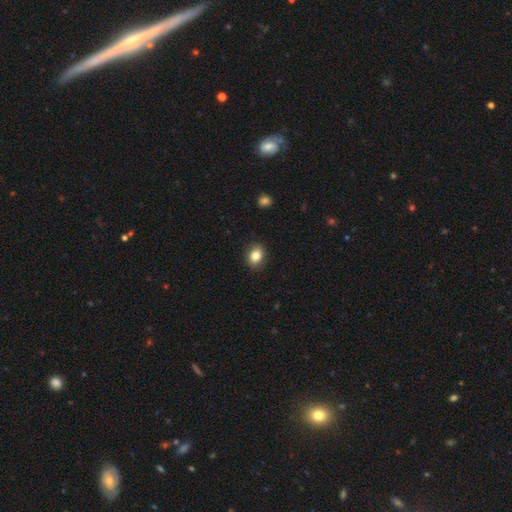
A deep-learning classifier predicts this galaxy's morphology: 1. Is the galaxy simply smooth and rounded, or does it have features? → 83% smooth, 9% star or artifact, 8% featured or disk.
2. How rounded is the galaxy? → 55% in between, 44% round, 1% cigar-shaped.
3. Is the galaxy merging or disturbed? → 88% none, 9% minor disturbance, 2% major disturbance, 1% merger.